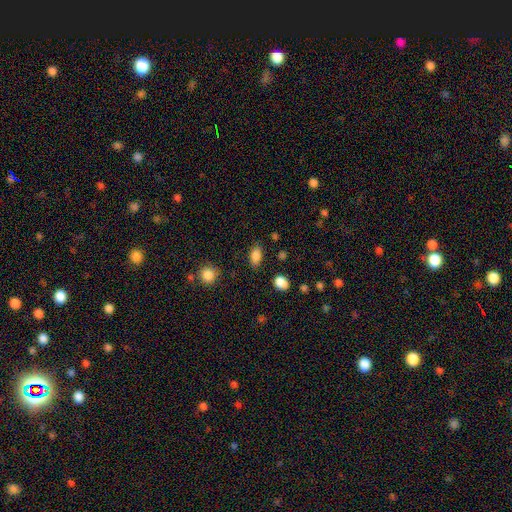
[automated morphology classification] smooth-or-featured: smooth: 86% | star or artifact: 9% | featured or disk: 5%
  how-rounded: in between: 88% | round: 8% | cigar-shaped: 4%
  merging: none: 82% | minor disturbance: 12% | major disturbance: 3% | merger: 2%